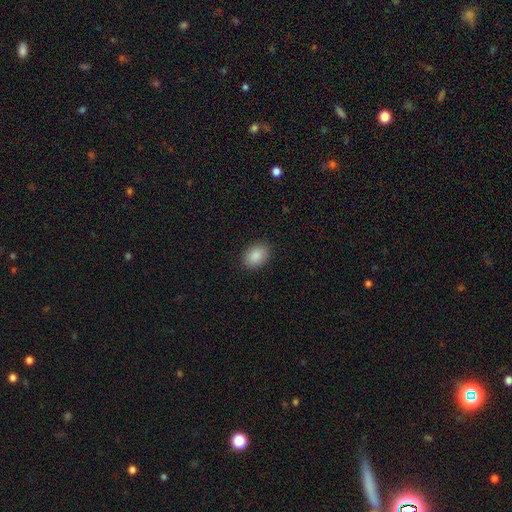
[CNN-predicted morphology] This is clearly a smooth galaxy (89%). How rounded: likely in between (72%). Merging: clearly none (89%).